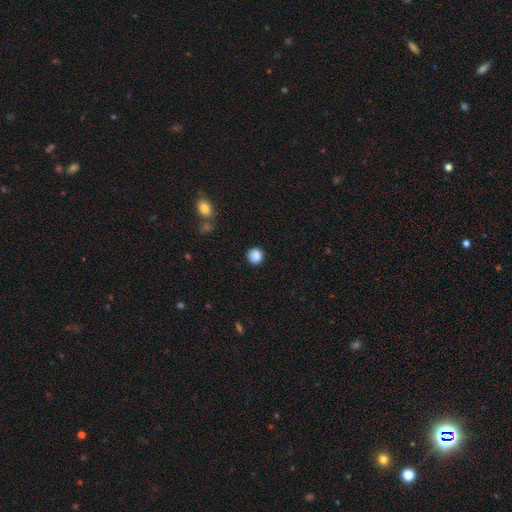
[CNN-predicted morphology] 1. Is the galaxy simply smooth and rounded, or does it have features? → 87% smooth, 9% star or artifact, 4% featured or disk.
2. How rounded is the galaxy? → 90% round, 9% in between, 1% cigar-shaped.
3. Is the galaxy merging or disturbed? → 86% none, 10% minor disturbance, 3% major disturbance, 2% merger.